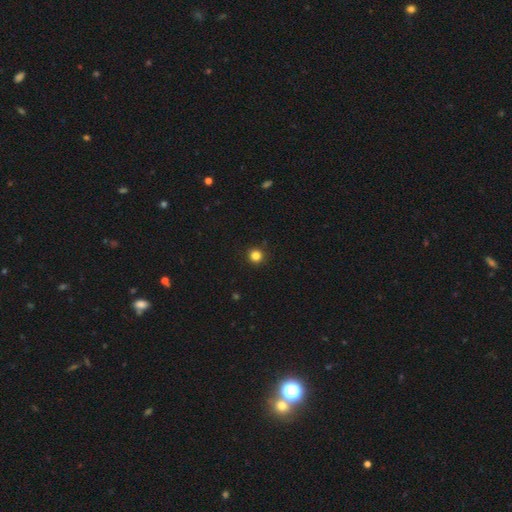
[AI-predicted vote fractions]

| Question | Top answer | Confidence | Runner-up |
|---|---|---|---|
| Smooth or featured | smooth | 84% | star or artifact (13%) |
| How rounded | round | 95% | in between (4%) |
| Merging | none | 92% | minor disturbance (5%) |